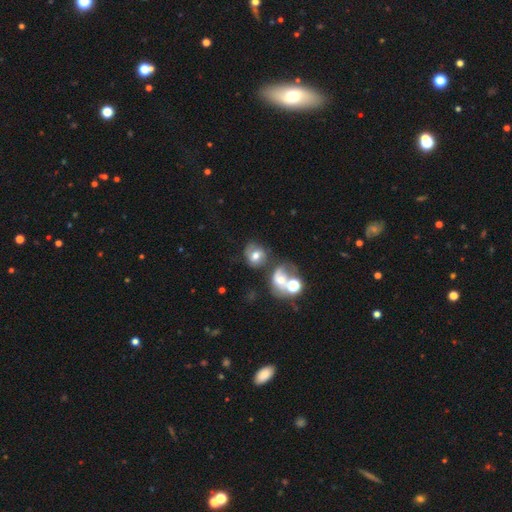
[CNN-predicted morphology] Smooth or featured? smooth (58%)
How rounded? round (70%)
Merging? none (50%)